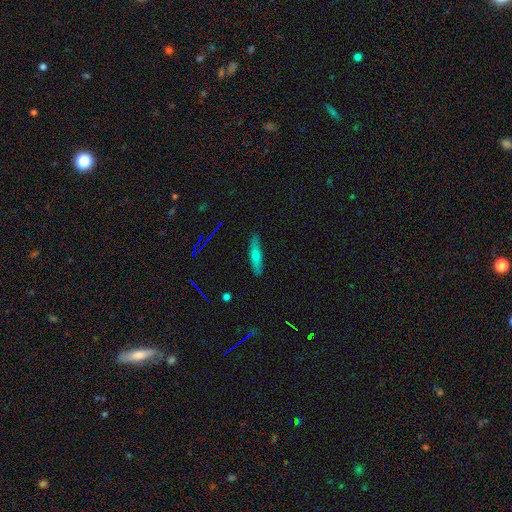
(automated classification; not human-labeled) This appears to be a smooth galaxy with no disk features (65%) that is cigar-shaped (76%). Merging: none (83%).